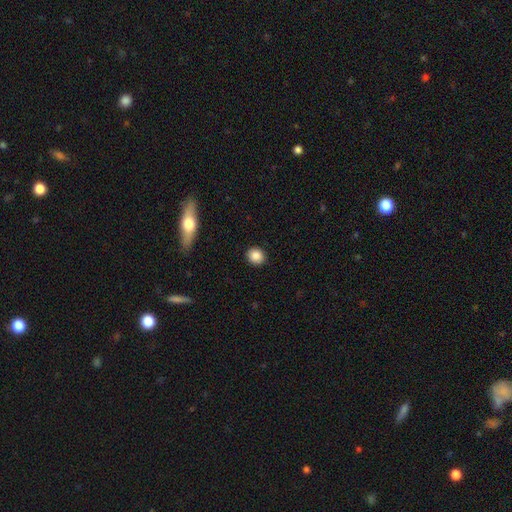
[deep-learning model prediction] This appears to be a smooth galaxy with no disk features (87%) that is round (81%). Merging: none (90%).